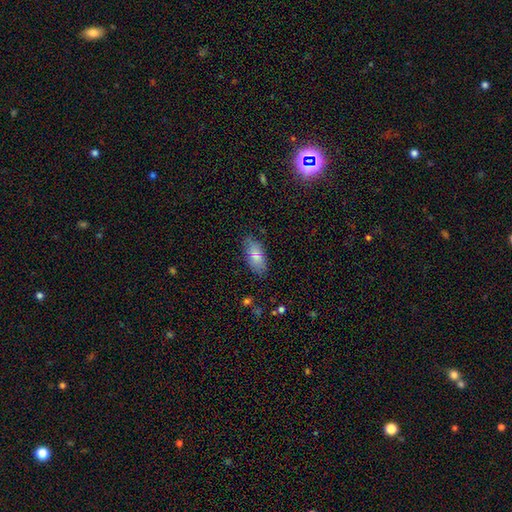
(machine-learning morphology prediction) smooth 80%, featured or disk 13%, star or artifact 7%. Down the decision tree: how rounded — in between (88%); merging — none (79%).